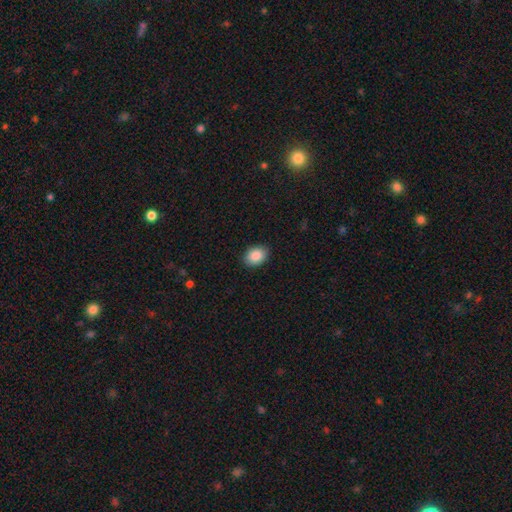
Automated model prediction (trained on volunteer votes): This is clearly a smooth galaxy (89%). How rounded: likely in between (71%). Merging: clearly none (89%).